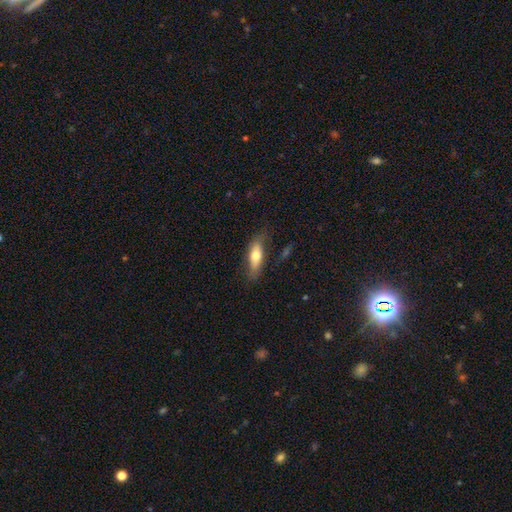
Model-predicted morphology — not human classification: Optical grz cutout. It shows a smooth galaxy with no disk features (67%) that is in between round and cigar-shaped (64%). Merging: none (69%).